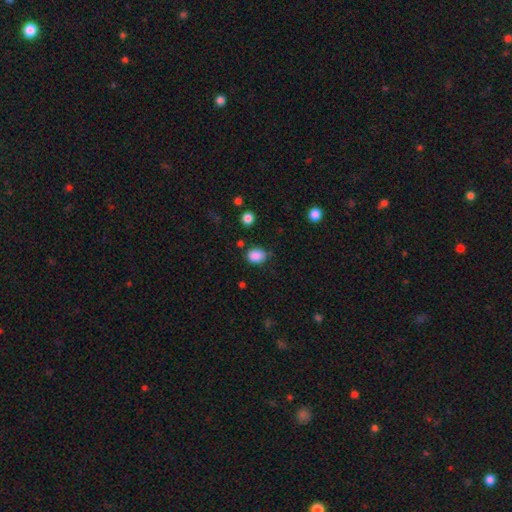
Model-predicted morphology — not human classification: Smooth or featured? smooth (87%)
How rounded? round (51%)
Merging? none (70%)